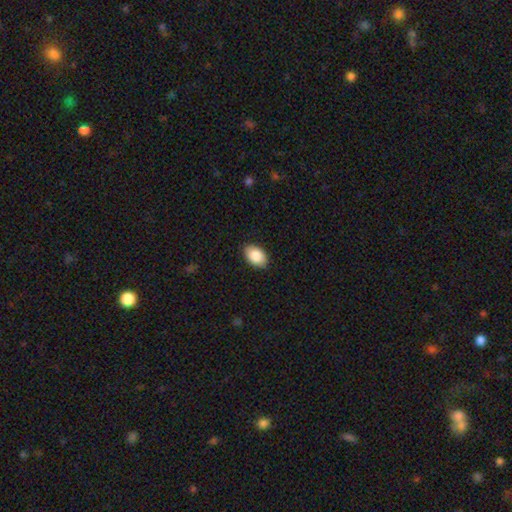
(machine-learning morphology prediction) smooth-or-featured: smooth: 89% | star or artifact: 7% | featured or disk: 5%
  how-rounded: in between: 88% | round: 11% | cigar-shaped: 1%
  merging: none: 88% | minor disturbance: 9% | major disturbance: 2% | merger: 1%